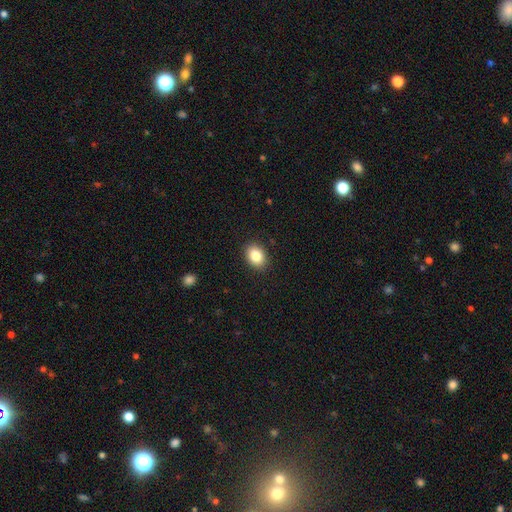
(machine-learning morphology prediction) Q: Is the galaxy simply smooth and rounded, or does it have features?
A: smooth — 85%.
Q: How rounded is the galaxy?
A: in between — 67%.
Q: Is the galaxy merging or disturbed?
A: none — 89%.